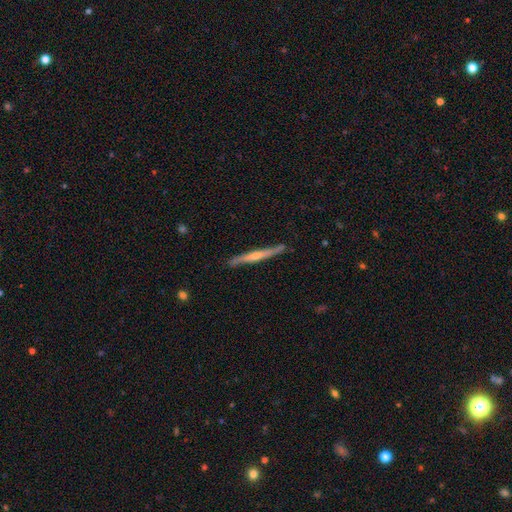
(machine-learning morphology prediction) featured or disk 68%, smooth 27%, star or artifact 5%. Down the decision tree: edge-on disk — yes (97%); edge-on bulge — rounded (66%); merging — none (86%).